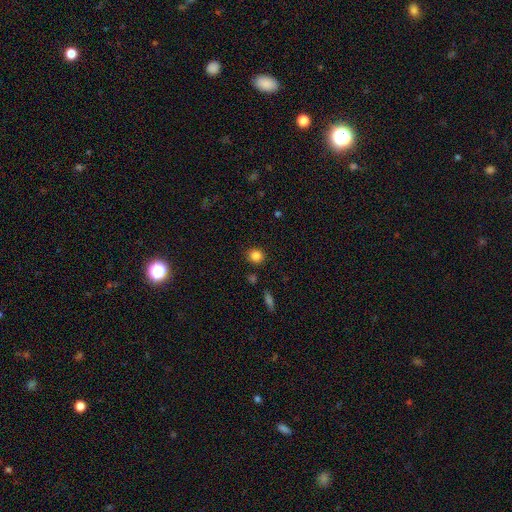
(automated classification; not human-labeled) Smooth or featured? Predicted: smooth (p=0.85). How rounded? Predicted: round (p=0.83). Merging? Predicted: none (p=0.87).